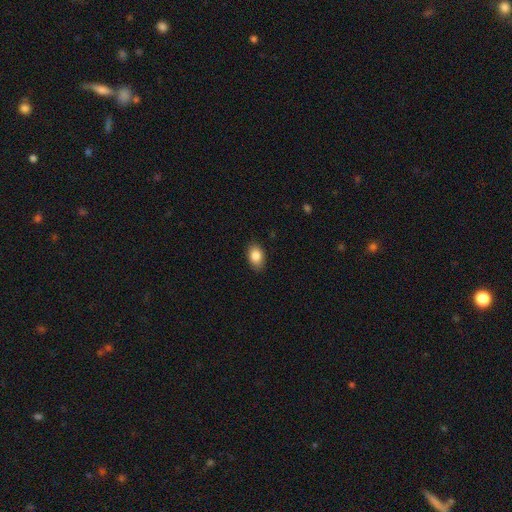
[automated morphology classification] smooth 86%, star or artifact 8%, featured or disk 7%. Down the decision tree: how rounded — in between (86%); merging — none (86%).